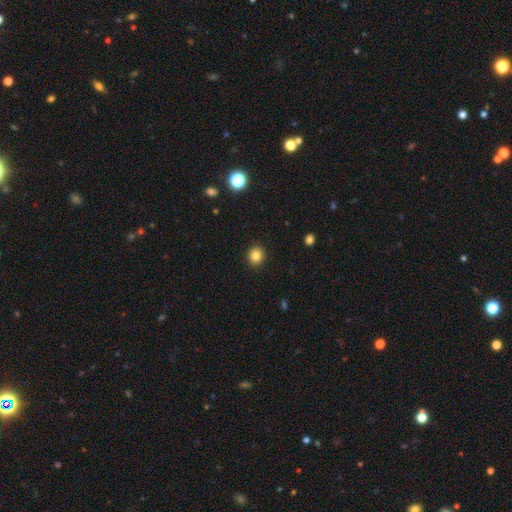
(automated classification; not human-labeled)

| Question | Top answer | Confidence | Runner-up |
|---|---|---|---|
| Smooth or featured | smooth | 83% | star or artifact (11%) |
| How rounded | round | 86% | in between (13%) |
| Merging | none | 92% | minor disturbance (5%) |